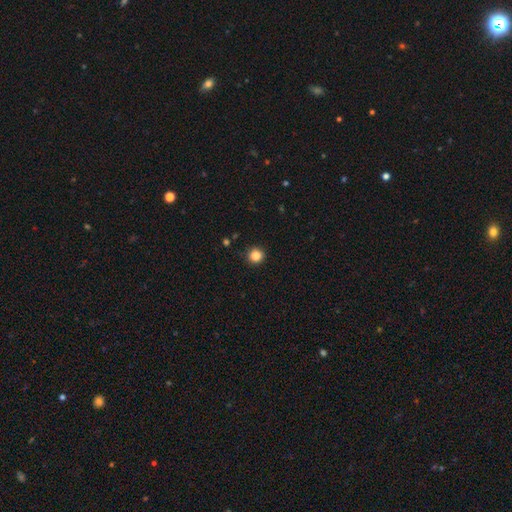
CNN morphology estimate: A smooth galaxy with no disk features (85%) that is round (93%). Merging: none (91%).